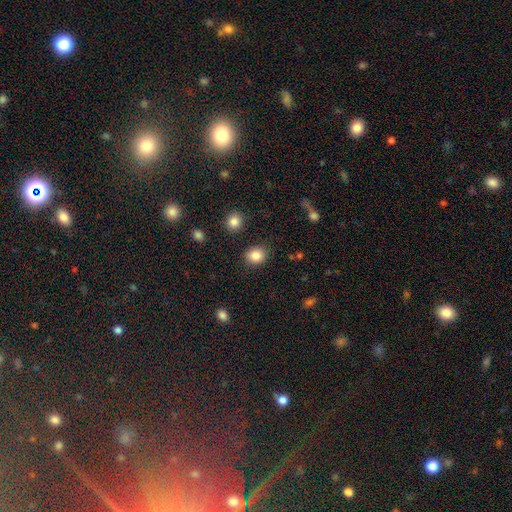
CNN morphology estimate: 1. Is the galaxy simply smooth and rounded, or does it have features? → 86% smooth, 9% star or artifact, 5% featured or disk.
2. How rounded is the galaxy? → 69% round, 30% in between, 1% cigar-shaped.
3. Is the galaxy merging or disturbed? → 86% none, 9% minor disturbance, 3% major disturbance, 2% merger.